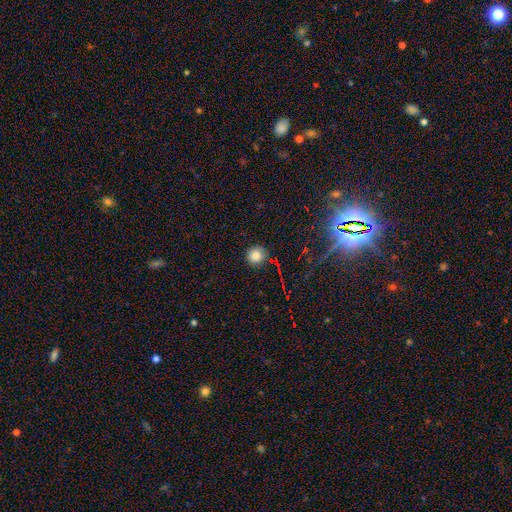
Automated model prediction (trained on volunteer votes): Q: Smooth or featured?
A: smooth (81%); runner-up: star or artifact (13%)
Q: How rounded?
A: round (93%); runner-up: in between (6%)
Q: Merging?
A: none (86%); runner-up: minor disturbance (10%)